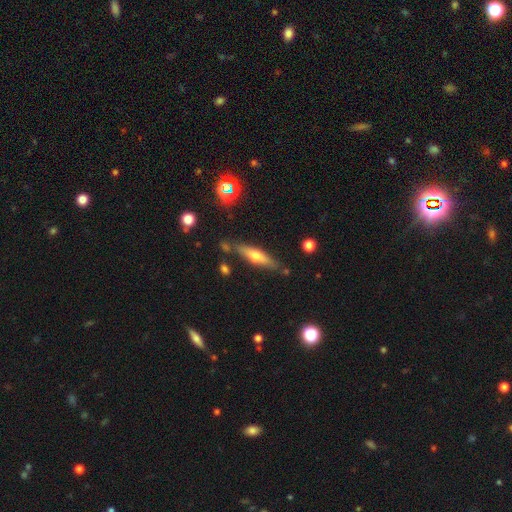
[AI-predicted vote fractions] Smooth or featured: smooth — 47% (featured or disk — 46%)
Merging: none — 78% (minor disturbance — 14%)